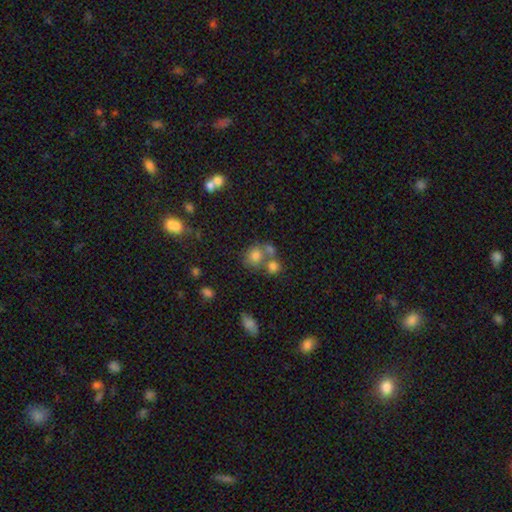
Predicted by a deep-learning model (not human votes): A smooth galaxy with no disk features (72%) that is round (73%). Merging: none (45%).